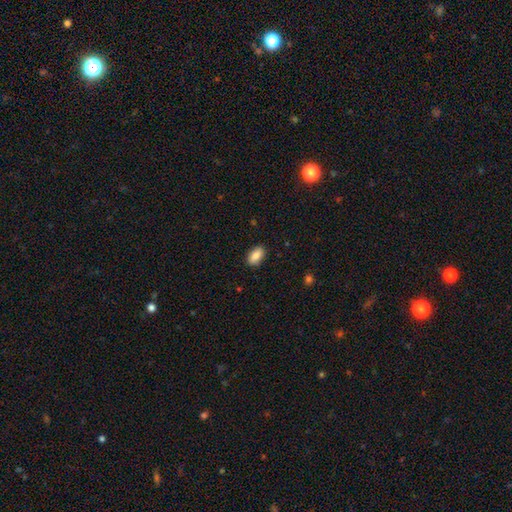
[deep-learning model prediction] Smooth or featured: smooth — 87% (star or artifact — 7%)
How rounded: in between — 91% (round — 5%)
Merging: none — 87% (minor disturbance — 9%)